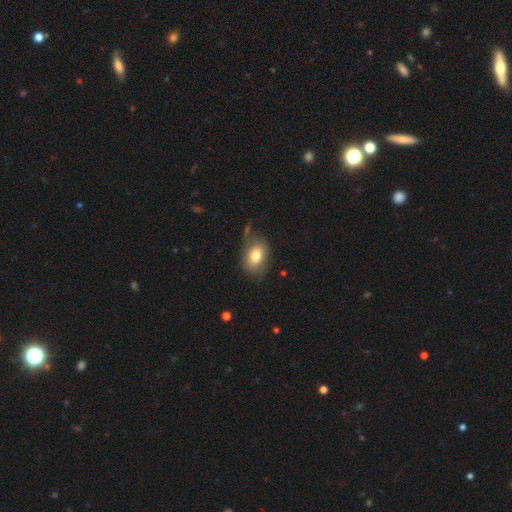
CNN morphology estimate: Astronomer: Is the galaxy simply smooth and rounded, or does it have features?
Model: smooth — 78%.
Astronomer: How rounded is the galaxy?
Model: in between — 84%.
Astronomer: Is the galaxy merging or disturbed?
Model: none — 64%.